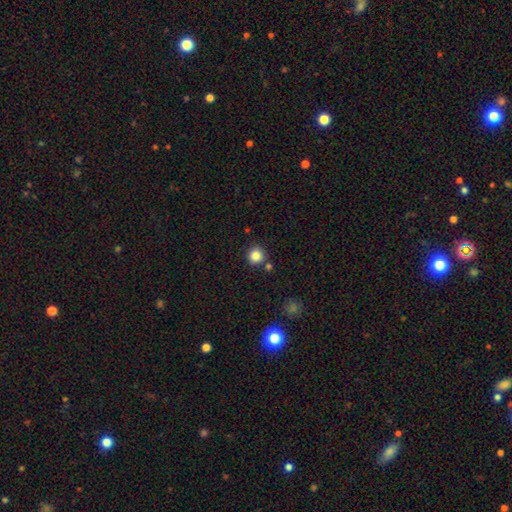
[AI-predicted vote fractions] Q: Smooth or featured?
A: smooth (84%); runner-up: star or artifact (11%)
Q: How rounded?
A: round (92%); runner-up: in between (7%)
Q: Merging?
A: none (82%); runner-up: minor disturbance (8%)